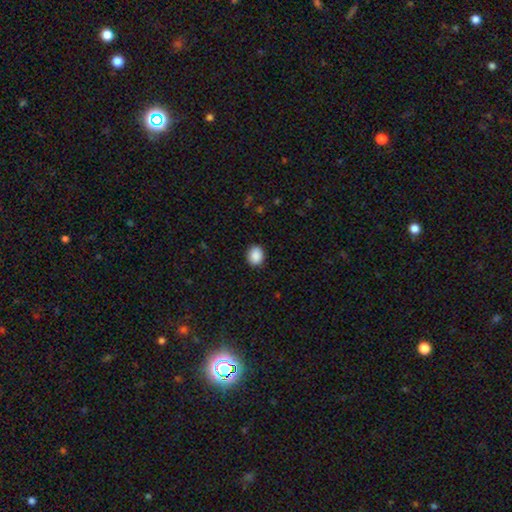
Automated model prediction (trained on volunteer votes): Smooth or featured?
  - smooth: 90% *
  - star or artifact: 8%
  - featured or disk: 3%
How rounded?
  - round: 52% *
  - in between: 47%
  - cigar-shaped: 1%
Merging?
  - none: 89% *
  - minor disturbance: 8%
  - major disturbance: 2%
  - merger: 1%